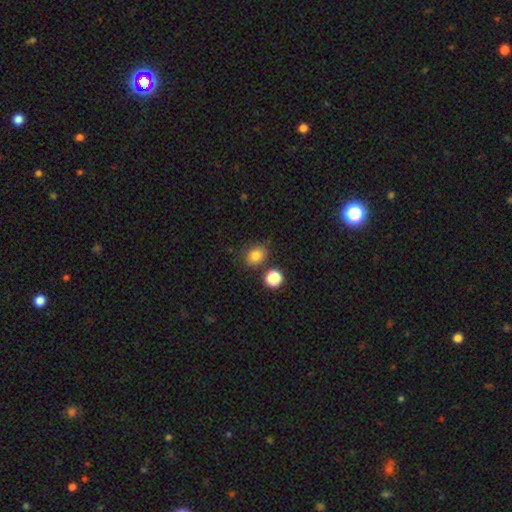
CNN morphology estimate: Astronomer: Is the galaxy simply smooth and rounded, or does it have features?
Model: smooth — 81%.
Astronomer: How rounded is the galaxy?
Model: round — 53% (runner-up: in between, 46%).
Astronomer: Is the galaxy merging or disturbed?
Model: none — 76%.